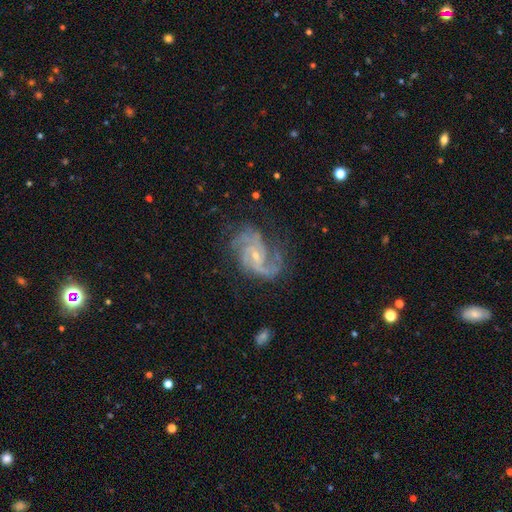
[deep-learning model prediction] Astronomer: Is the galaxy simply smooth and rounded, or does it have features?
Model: featured or disk — 91%.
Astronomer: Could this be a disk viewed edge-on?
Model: no — 98%.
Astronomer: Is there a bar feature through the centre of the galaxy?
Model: no — 49% (runner-up: weak, 40%).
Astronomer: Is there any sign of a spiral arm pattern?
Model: yes — 98%.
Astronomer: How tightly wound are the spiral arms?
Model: medium — 54% (runner-up: tight, 32%).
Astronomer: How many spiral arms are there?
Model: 2 — 42% (runner-up: 3, 30%).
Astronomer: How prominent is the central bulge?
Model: small — 71%.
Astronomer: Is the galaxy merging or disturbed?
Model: none — 66%.